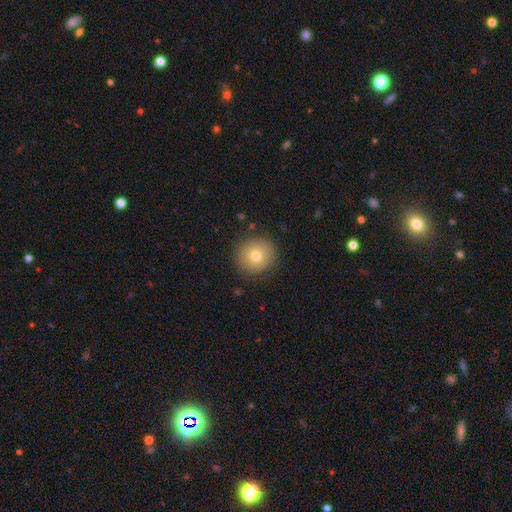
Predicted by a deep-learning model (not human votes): Q: Smooth or featured?
A: smooth (75%); runner-up: featured or disk (14%)
Q: How rounded?
A: round (92%); runner-up: in between (7%)
Q: Merging?
A: none (88%); runner-up: minor disturbance (8%)